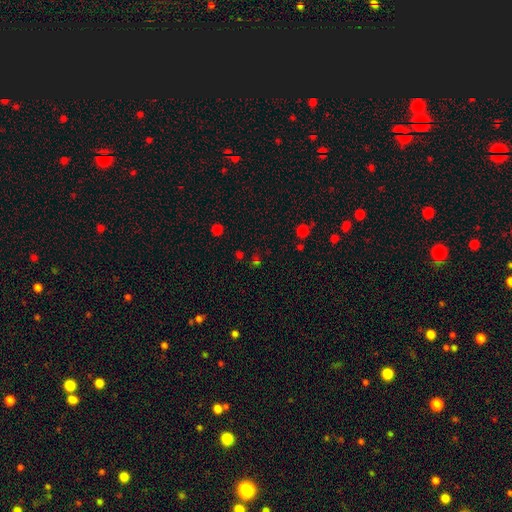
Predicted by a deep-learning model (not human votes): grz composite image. It shows a star or artifact, not a galaxy (49%).